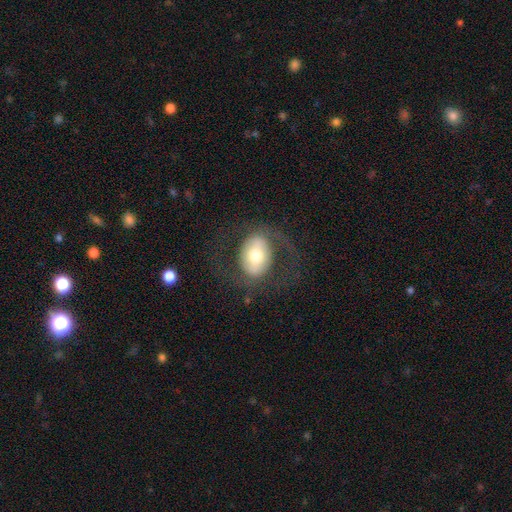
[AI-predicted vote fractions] Morphology: type=featured or disk (48%); merging=none (66%).